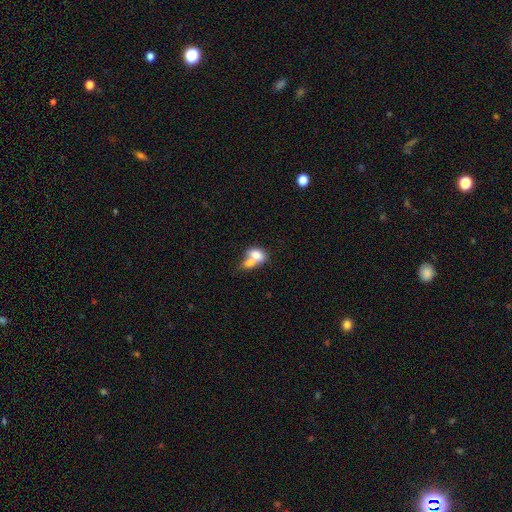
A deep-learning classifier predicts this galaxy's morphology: Q: Smooth or featured?
A: smooth (76%); runner-up: featured or disk (16%)
Q: How rounded?
A: in between (84%); runner-up: round (14%)
Q: Merging?
A: merger (69%); runner-up: none (18%)